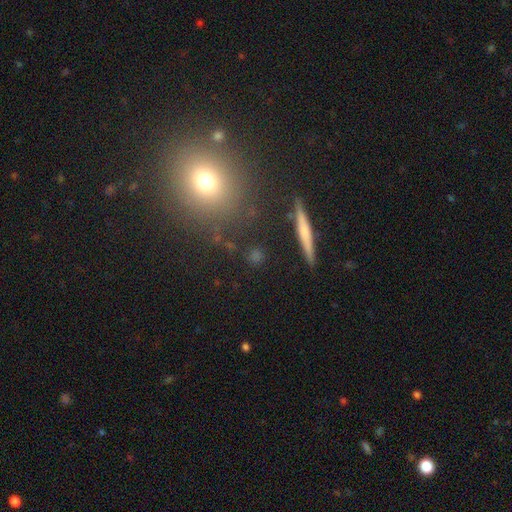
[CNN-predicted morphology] smooth-or-featured: smooth: 56% | featured or disk: 23% | star or artifact: 21%
  how-rounded: round: 53% | cigar-shaped: 33% | in between: 15%
  merging: none: 85% | minor disturbance: 9% | merger: 3% | major disturbance: 3%